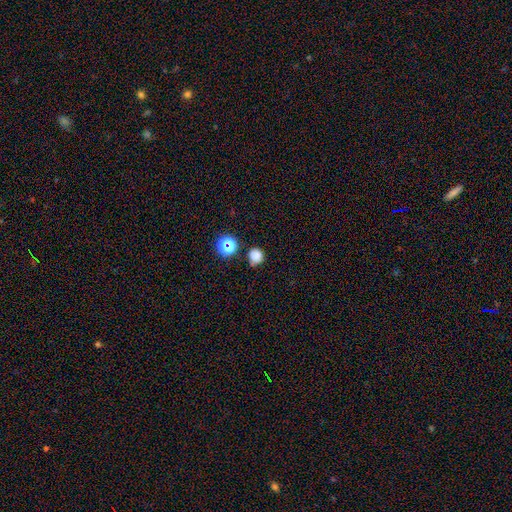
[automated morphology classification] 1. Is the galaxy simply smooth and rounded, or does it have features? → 78% smooth, 17% star or artifact, 5% featured or disk.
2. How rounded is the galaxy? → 91% round, 8% in between, 1% cigar-shaped.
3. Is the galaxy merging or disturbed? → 77% none, 13% minor disturbance, 6% merger, 4% major disturbance.